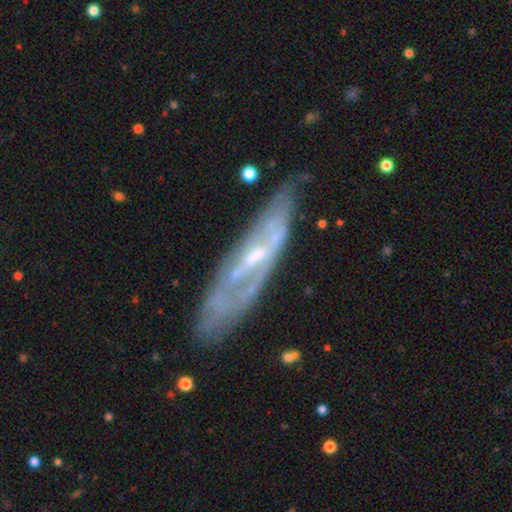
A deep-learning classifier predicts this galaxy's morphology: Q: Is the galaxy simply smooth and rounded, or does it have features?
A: featured or disk — 75%.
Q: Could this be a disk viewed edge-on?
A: no — 60%.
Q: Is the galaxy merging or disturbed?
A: none — 69%.